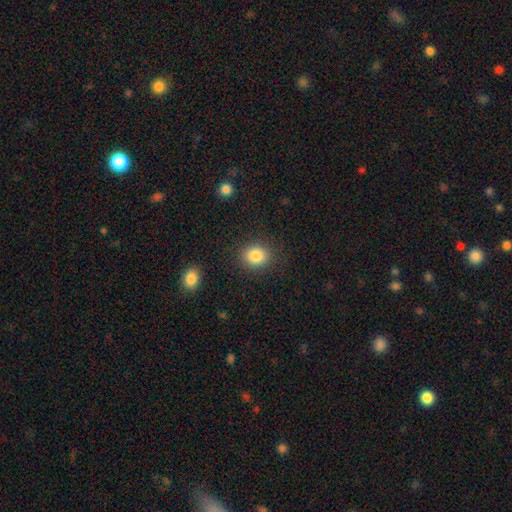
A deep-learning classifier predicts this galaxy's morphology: Smooth or featured? smooth (84%)
How rounded? round (72%)
Merging? none (87%)